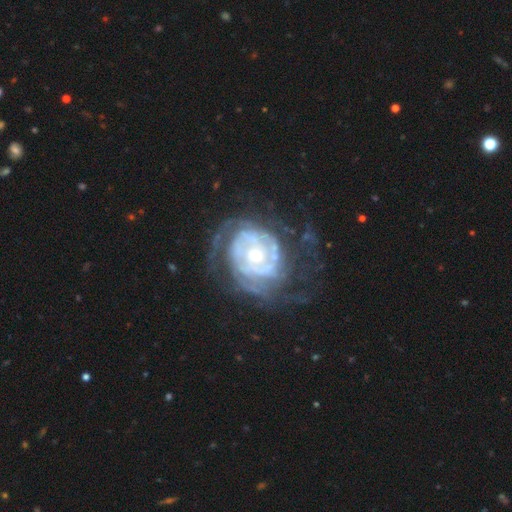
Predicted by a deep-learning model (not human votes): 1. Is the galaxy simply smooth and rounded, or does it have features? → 86% featured or disk, 8% smooth, 6% star or artifact.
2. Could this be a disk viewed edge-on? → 97% no, 3% yes.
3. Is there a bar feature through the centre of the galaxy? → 75% no, 19% weak, 7% strong.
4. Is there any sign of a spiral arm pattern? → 86% yes, 14% no.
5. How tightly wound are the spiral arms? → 67% tight, 24% medium, 9% loose.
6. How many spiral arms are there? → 43% can't tell, 25% 2, 13% 3, 8% 4, 6% 1, 6% more than 4.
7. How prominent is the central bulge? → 53% small, 42% moderate, 3% large, 1% none, 1% dominant.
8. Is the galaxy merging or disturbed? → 55% none, 23% major disturbance, 20% minor disturbance, 2% merger.